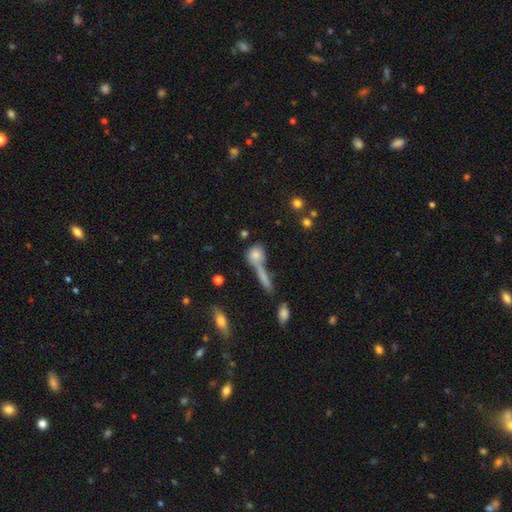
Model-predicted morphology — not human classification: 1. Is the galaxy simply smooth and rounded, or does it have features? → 71% smooth, 16% featured or disk, 13% star or artifact.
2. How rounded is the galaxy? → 55% round, 27% in between, 18% cigar-shaped.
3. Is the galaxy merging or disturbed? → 46% none, 34% merger, 12% minor disturbance, 8% major disturbance.